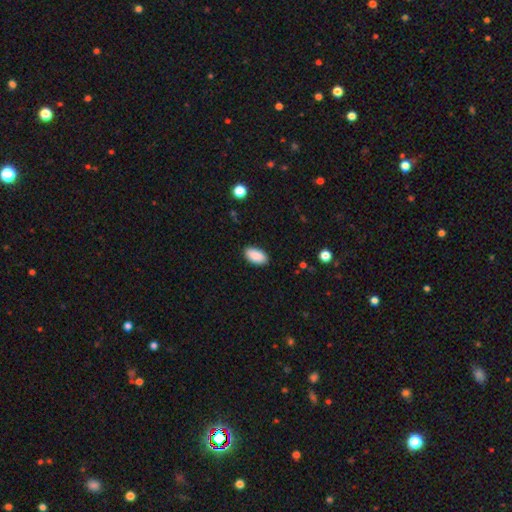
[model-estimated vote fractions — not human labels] This appears to be a smooth galaxy with no disk features (90%) that is in between round and cigar-shaped (95%). Merging: none (88%).